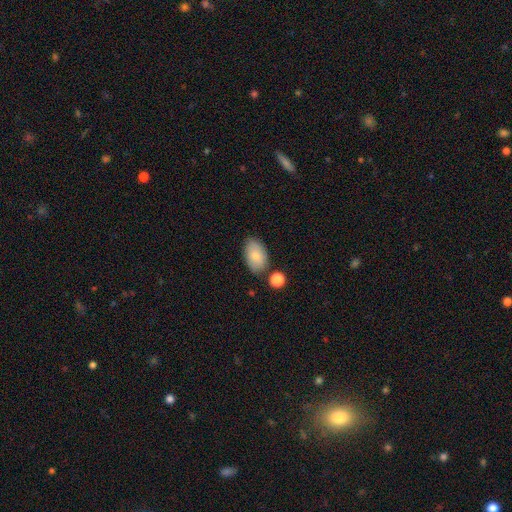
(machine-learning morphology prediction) The model was most divided on "merging": none: 74%, minor disturbance: 17%, merger: 5%, major disturbance: 4%. More confident: how rounded — in between (92%); smooth or featured — smooth (81%).